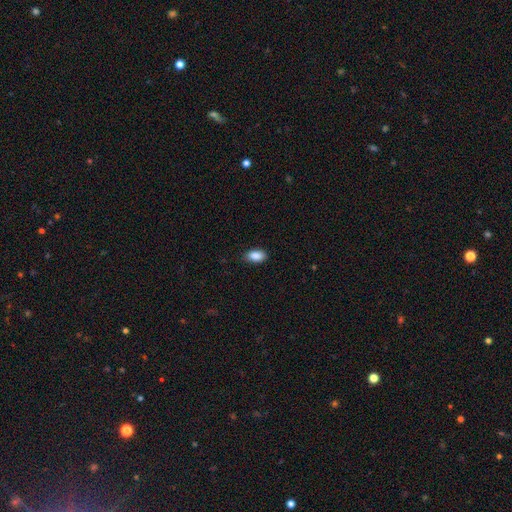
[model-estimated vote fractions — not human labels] Smooth or featured?
  - smooth: 89% *
  - star or artifact: 7%
  - featured or disk: 4%
How rounded?
  - in between: 92% *
  - round: 5%
  - cigar-shaped: 3%
Merging?
  - none: 84% *
  - minor disturbance: 12%
  - major disturbance: 2%
  - merger: 1%